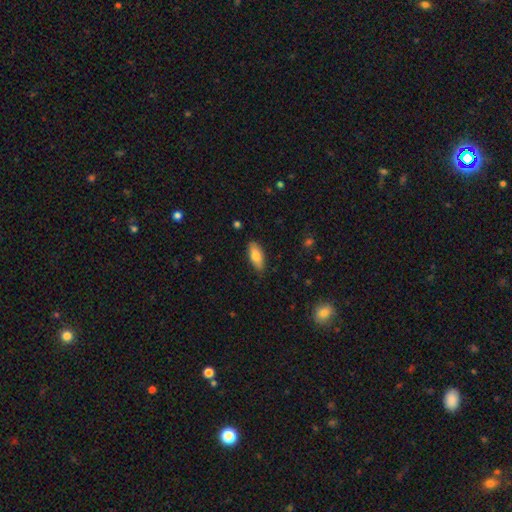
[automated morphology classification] The model was most divided on "how rounded": in between: 80%, cigar-shaped: 17%, round: 2%. More confident: merging — none (82%); smooth or featured — smooth (79%).